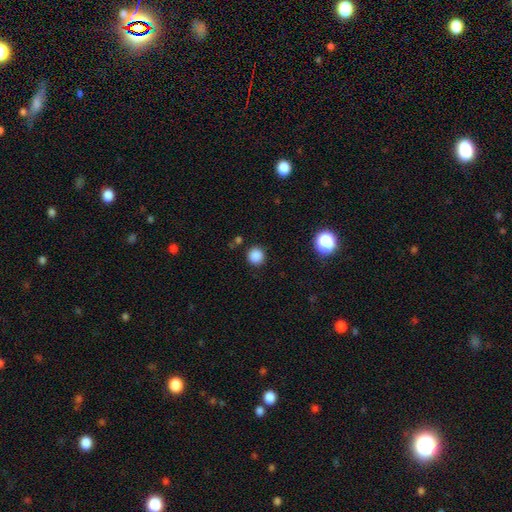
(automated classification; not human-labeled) Overall: smooth (85%). How rounded: round (94%). Merging: none (89%).